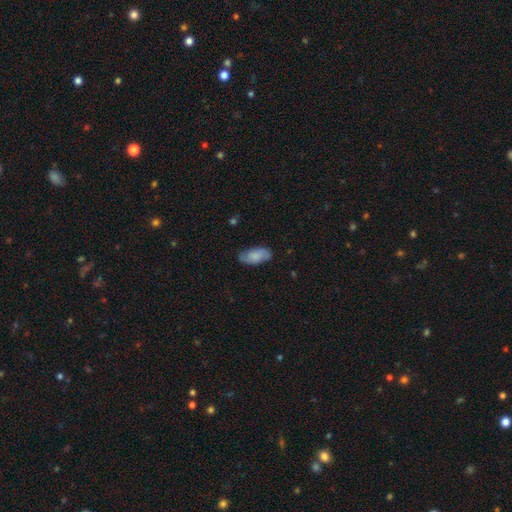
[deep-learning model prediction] smooth-or-featured: smooth: 73% | featured or disk: 20% | star or artifact: 7%
  how-rounded: in between: 91% | cigar-shaped: 6% | round: 2%
  merging: none: 76% | minor disturbance: 19% | major disturbance: 4% | merger: 1%